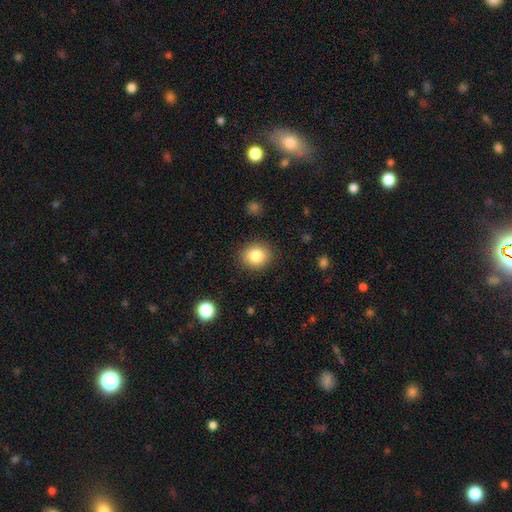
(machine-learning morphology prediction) This is clearly a smooth galaxy (83%). How rounded: likely round (69%). Merging: clearly none (88%).